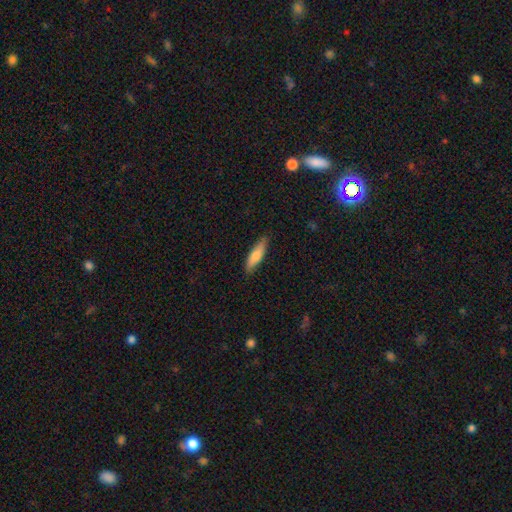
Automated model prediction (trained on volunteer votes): This is likely a smooth galaxy (76%). How rounded: likely cigar-shaped (66%). Merging: clearly none (84%).